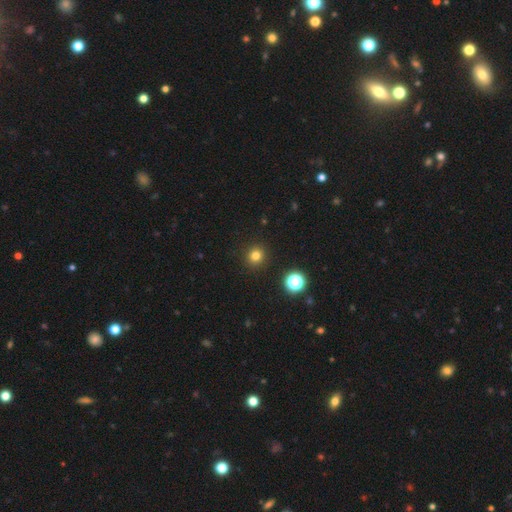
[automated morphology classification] smooth-or-featured: smooth: 79% | star or artifact: 16% | featured or disk: 6%
  how-rounded: round: 92% | in between: 7% | cigar-shaped: 1%
  merging: none: 92% | minor disturbance: 5% | major disturbance: 2% | merger: 1%